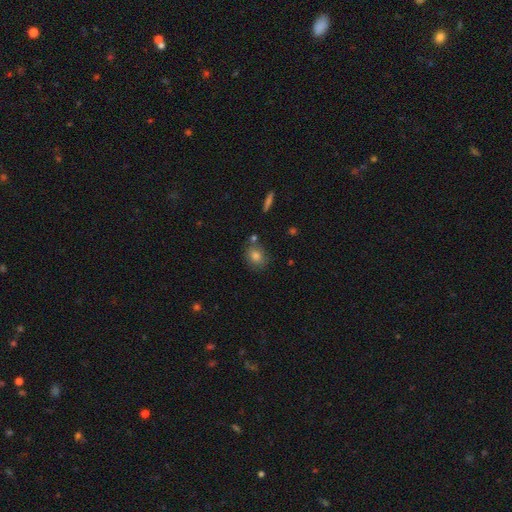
Overall: smooth (87%). How rounded: round (50%; in between 47%). Merging: none (78%).